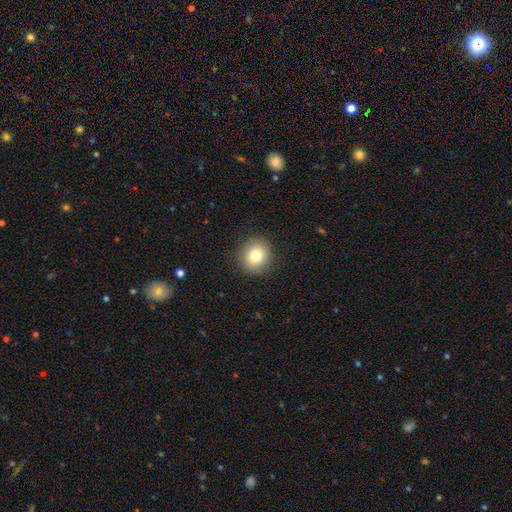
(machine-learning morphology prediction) smooth 80%, star or artifact 10%, featured or disk 10%. Down the decision tree: how rounded — round (83%); merging — none (88%).